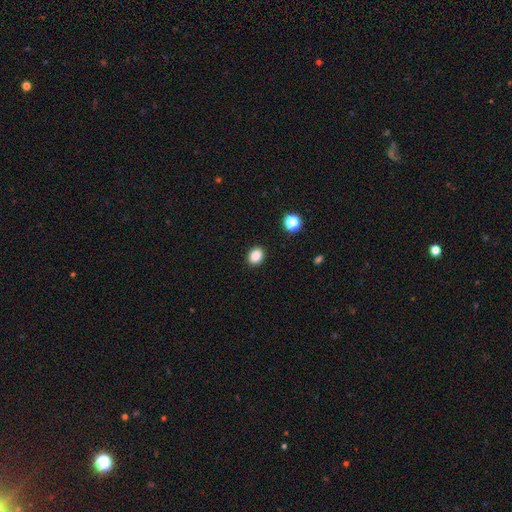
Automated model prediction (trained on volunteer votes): Morphology: type=smooth (87%); roundness=in between (52%); merging=none (90%).